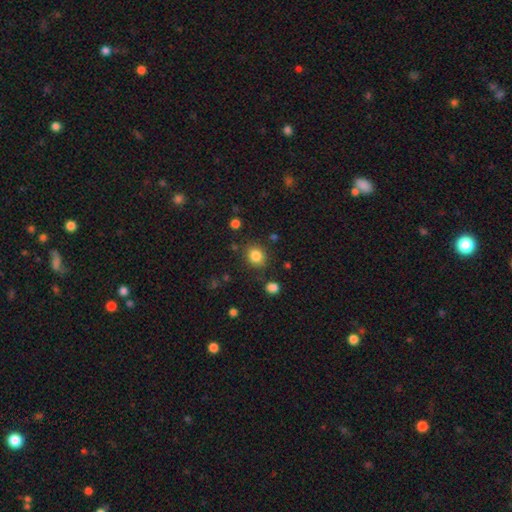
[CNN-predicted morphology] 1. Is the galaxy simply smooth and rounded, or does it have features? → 84% smooth, 11% star or artifact, 5% featured or disk.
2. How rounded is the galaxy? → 69% round, 31% in between, 1% cigar-shaped.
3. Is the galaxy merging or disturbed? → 82% none, 11% minor disturbance, 4% merger, 4% major disturbance.